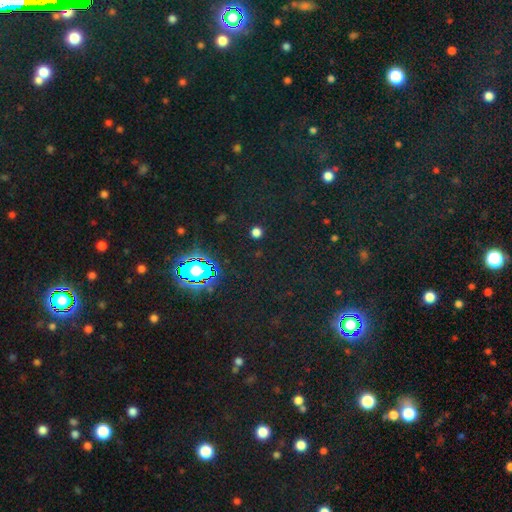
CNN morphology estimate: smooth_or_featured: star or artifact (p=0.77) [alt: smooth p=0.15]